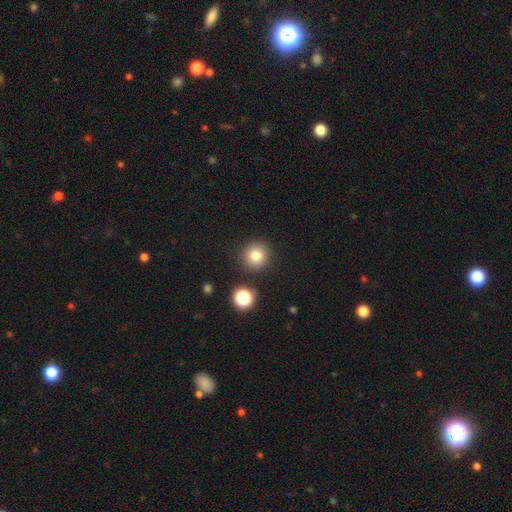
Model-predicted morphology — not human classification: Overall: smooth (81%). How rounded: round (89%). Merging: none (88%).